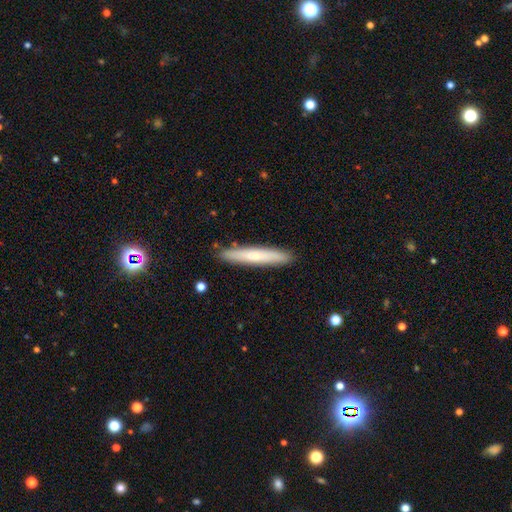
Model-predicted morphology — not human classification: Overall: smooth (58%; featured or disk 36%). How rounded: cigar-shaped (94%). Merging: none (90%).